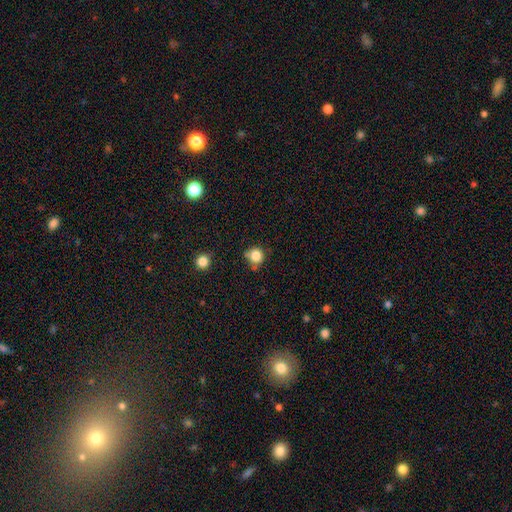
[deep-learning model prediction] This appears to be a smooth galaxy with no disk features (82%) that is round (88%). Merging: none (64%).